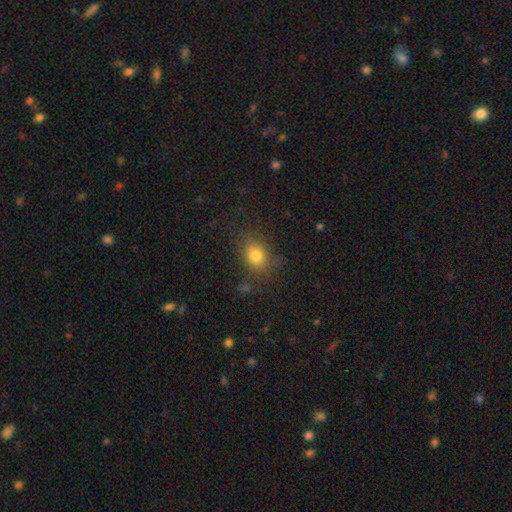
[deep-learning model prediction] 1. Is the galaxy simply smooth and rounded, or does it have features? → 78% smooth, 12% star or artifact, 9% featured or disk.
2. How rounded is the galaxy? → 52% in between, 46% round, 2% cigar-shaped.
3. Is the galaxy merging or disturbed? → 69% none, 20% minor disturbance, 9% major disturbance, 3% merger.